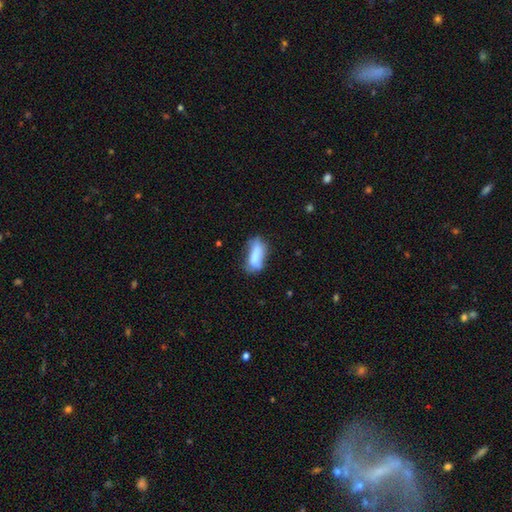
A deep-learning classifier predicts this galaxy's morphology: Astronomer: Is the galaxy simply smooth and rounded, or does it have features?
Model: smooth — 75%.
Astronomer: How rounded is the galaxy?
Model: in between — 69%.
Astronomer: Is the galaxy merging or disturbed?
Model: none — 46% (runner-up: minor disturbance, 32%).